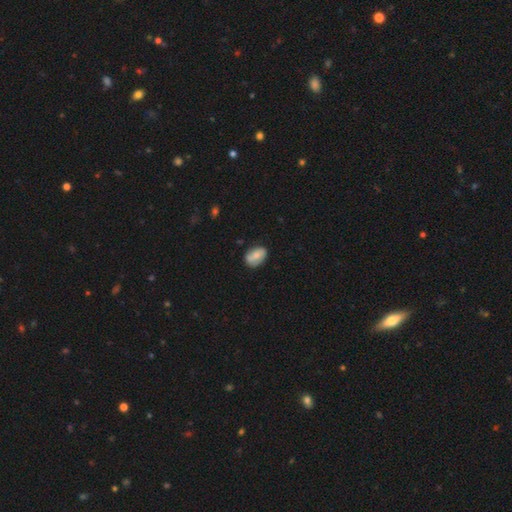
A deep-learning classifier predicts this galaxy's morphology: Smooth or featured? smooth (69%)
How rounded? in between (86%)
Merging? none (73%)